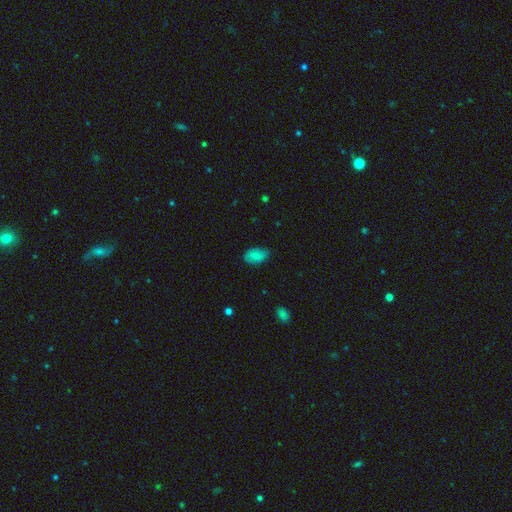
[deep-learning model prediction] Morphology: type=smooth (73%); roundness=in between (90%); merging=none (74%).